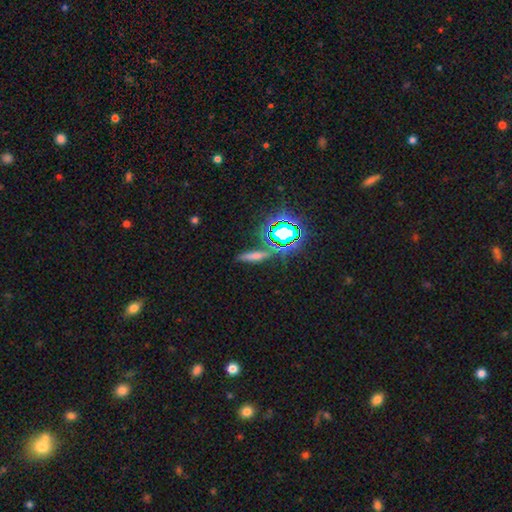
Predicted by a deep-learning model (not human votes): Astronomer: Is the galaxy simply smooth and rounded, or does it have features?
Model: smooth — 51% (runner-up: star or artifact, 30%).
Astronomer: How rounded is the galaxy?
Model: cigar-shaped — 77%.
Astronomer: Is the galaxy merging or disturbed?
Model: none — 75%.